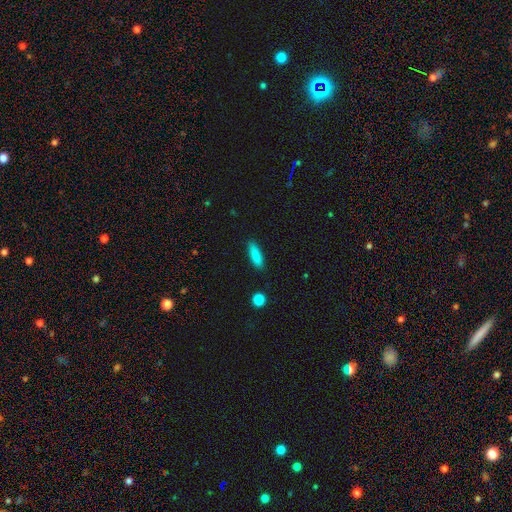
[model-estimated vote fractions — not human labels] Q: Smooth or featured?
A: smooth (86%); runner-up: star or artifact (7%)
Q: How rounded?
A: cigar-shaped (60%); runner-up: in between (38%)
Q: Merging?
A: none (86%); runner-up: minor disturbance (10%)